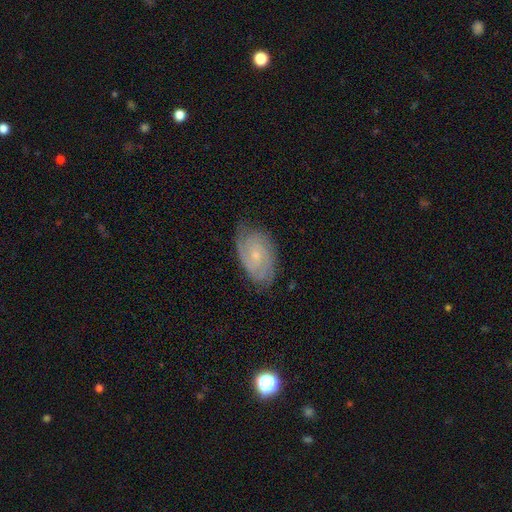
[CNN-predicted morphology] This is likely a featured or disk galaxy (78%). It is clearly not viewed edge-on (96%). Bar: likely no (69%). Spiral arm pattern: clearly yes (95%). Spiral arm count: marginally 2 (40%). Spiral winding: likely tight (66%). Central bulge: likely small (73%). Merging: likely none (76%).